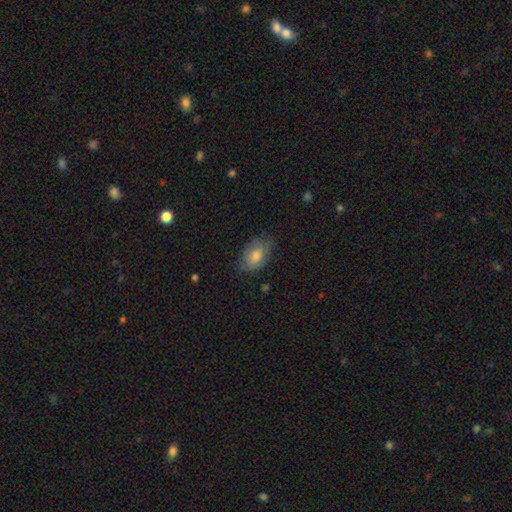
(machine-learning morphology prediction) The model was most divided on "merging": none: 69%, minor disturbance: 25%, major disturbance: 5%, merger: 1%. More confident: how rounded — in between (86%); smooth or featured — smooth (70%).